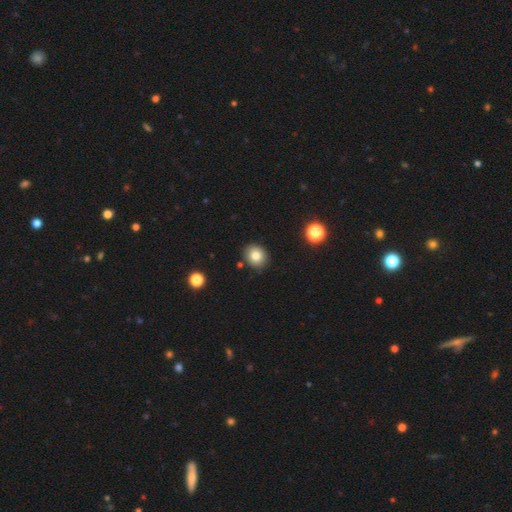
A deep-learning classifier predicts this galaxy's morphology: Overall: smooth (80%). How rounded: round (72%). Merging: none (86%).